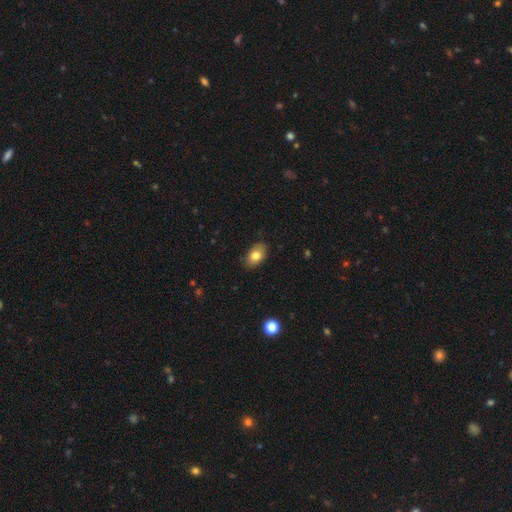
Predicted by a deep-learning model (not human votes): Smooth or featured: smooth — 80% (featured or disk — 11%)
How rounded: in between — 88% (round — 10%)
Merging: none — 86% (minor disturbance — 11%)